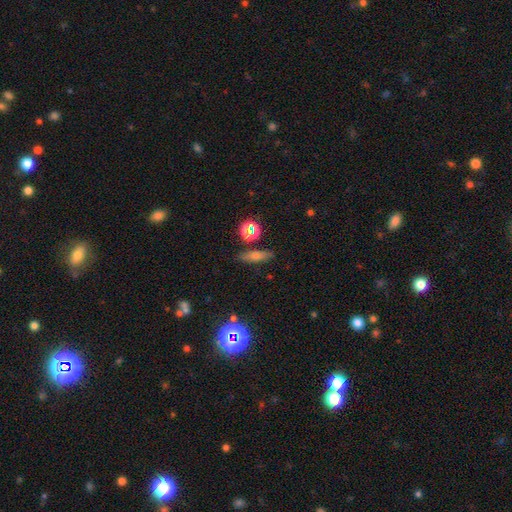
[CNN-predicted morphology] smooth_or_featured: smooth (p=0.56) [alt: featured or disk p=0.28]
how_rounded: cigar-shaped (p=0.61) [alt: in between p=0.30]
merging: none (p=0.83) [alt: minor disturbance p=0.10]